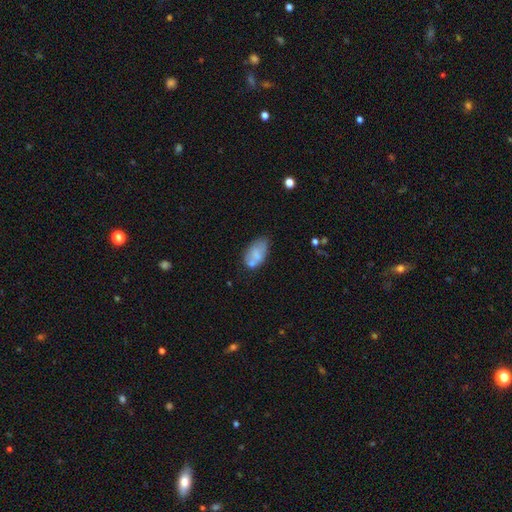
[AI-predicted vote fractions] Overall: smooth (65%; featured or disk 26%). How rounded: in between (92%). Merging: none (46%; minor disturbance 27%).